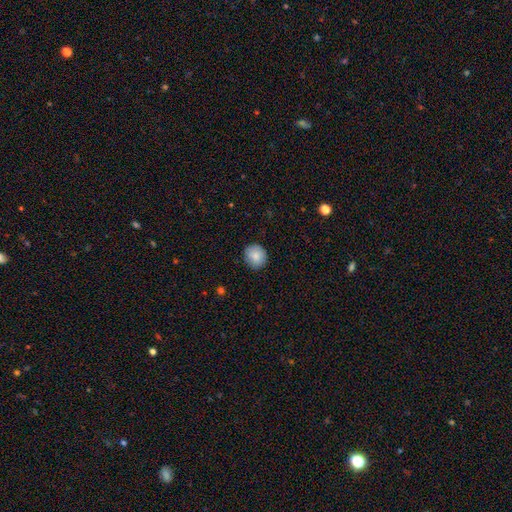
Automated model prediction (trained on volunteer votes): A smooth galaxy with no disk features (84%) that is round (80%).

Vote fractions:
- Smooth or featured? smooth: 84% / featured or disk: 8% / star or artifact: 8%
- How rounded? round: 80% / in between: 19% / cigar-shaped: 1%
- Merging? none: 85% / minor disturbance: 12% / major disturbance: 2% / merger: 1%